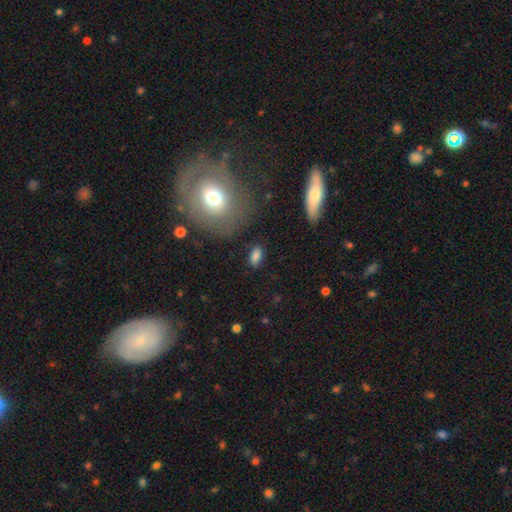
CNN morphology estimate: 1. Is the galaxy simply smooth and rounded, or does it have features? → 83% smooth, 10% star or artifact, 7% featured or disk.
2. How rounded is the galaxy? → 88% in between, 6% round, 6% cigar-shaped.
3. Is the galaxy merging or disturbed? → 83% none, 12% minor disturbance, 4% major disturbance, 2% merger.